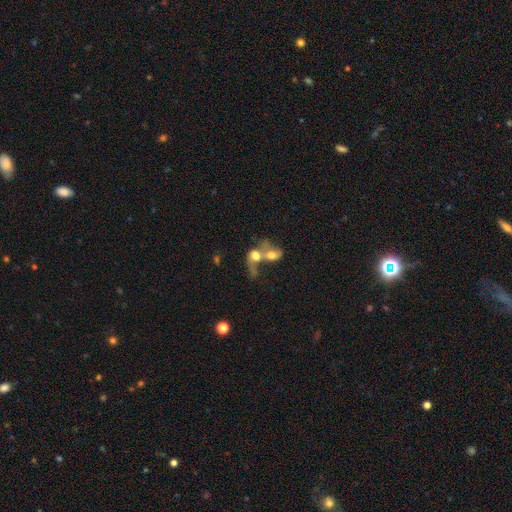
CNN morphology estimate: A smooth galaxy with no disk features (56%) that is in between round and cigar-shaped (60%). Merging: merger (82%).